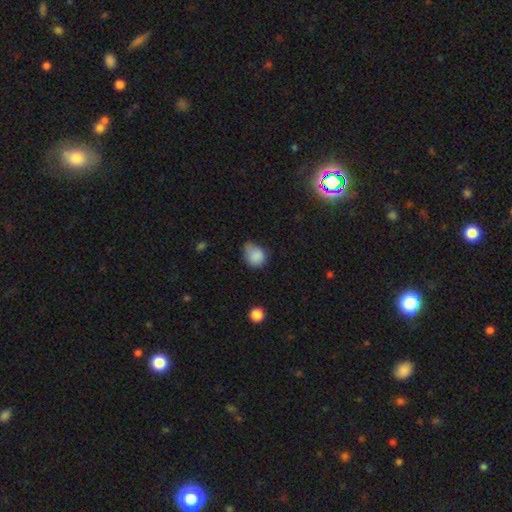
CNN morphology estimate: Q: Smooth or featured?
A: smooth (84%); runner-up: star or artifact (9%)
Q: How rounded?
A: round (54%); runner-up: in between (45%)
Q: Merging?
A: minor disturbance (45%); runner-up: none (41%)